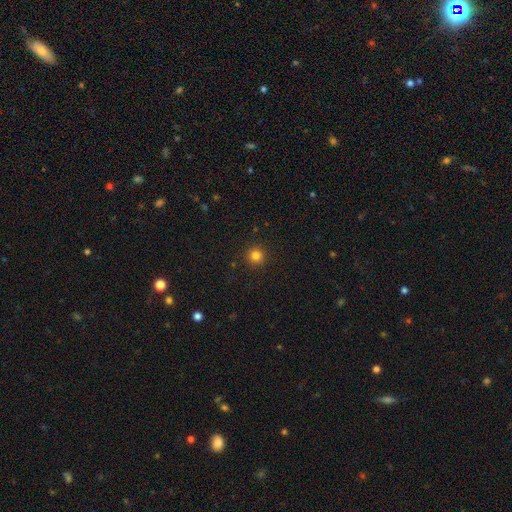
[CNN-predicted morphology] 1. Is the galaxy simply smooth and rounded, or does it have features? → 82% smooth, 13% star or artifact, 4% featured or disk.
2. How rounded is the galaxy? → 95% round, 4% in between, 1% cigar-shaped.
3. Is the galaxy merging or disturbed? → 92% none, 5% minor disturbance, 2% major disturbance, 1% merger.